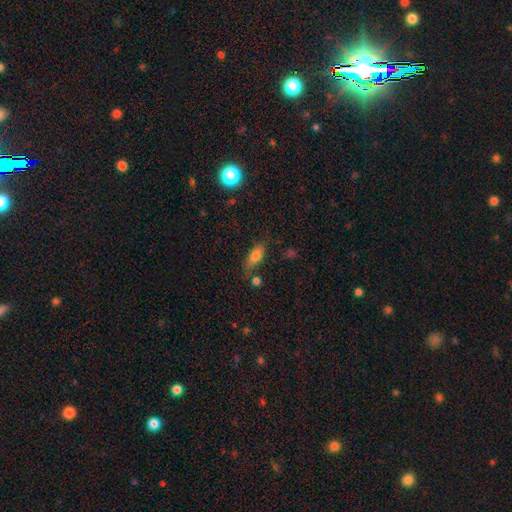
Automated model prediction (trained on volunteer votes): A smooth galaxy with no disk features (76%) that is in between round and cigar-shaped (78%).

Vote fractions:
- Smooth or featured? smooth: 76% / featured or disk: 15% / star or artifact: 9%
- How rounded? in between: 78% / cigar-shaped: 18% / round: 4%
- Merging? none: 66% / minor disturbance: 20% / merger: 8% / major disturbance: 6%